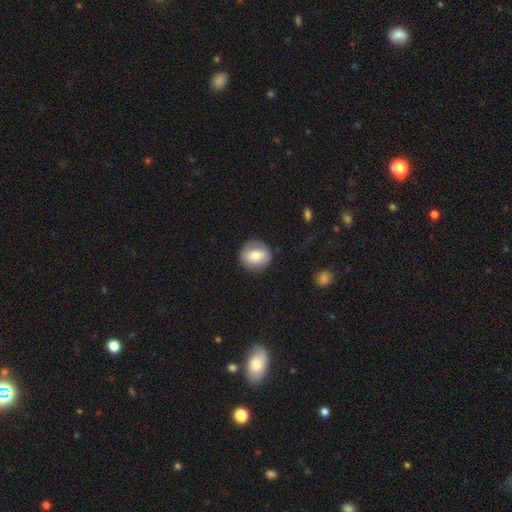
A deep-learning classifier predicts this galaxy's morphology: Smooth or featured? Predicted: smooth (p=0.71). How rounded? Predicted: round (p=0.85). Merging? Predicted: none (p=0.81).